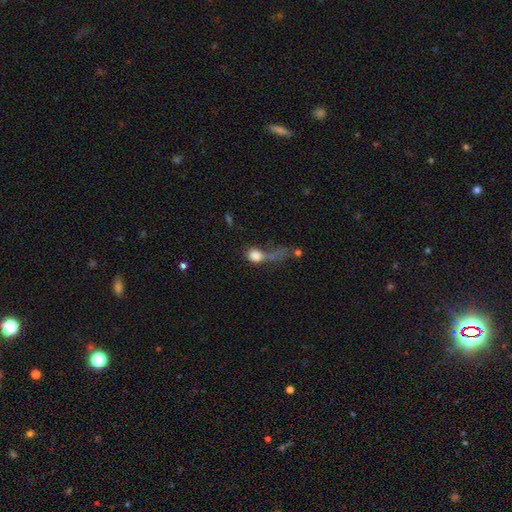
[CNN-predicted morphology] smooth-or-featured: smooth: 72% | featured or disk: 16% | star or artifact: 11%
  how-rounded: in between: 51% | round: 44% | cigar-shaped: 5%
  merging: major disturbance: 52% | none: 18% | merger: 16% | minor disturbance: 14%